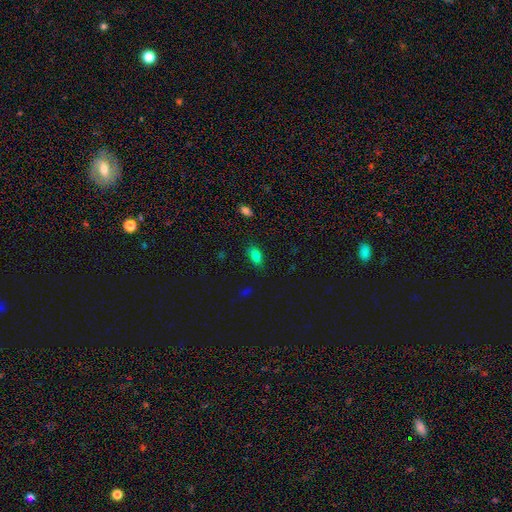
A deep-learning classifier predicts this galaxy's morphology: Q: Smooth or featured?
A: smooth (79%); runner-up: star or artifact (14%)
Q: How rounded?
A: in between (87%); runner-up: round (8%)
Q: Merging?
A: none (82%); runner-up: minor disturbance (14%)